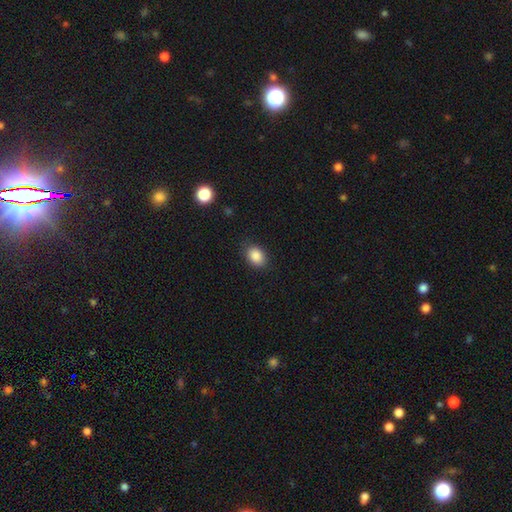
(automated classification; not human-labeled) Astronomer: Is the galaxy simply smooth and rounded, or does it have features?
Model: smooth — 88%.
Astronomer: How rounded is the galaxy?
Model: in between — 69%.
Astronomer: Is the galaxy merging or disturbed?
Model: none — 85%.